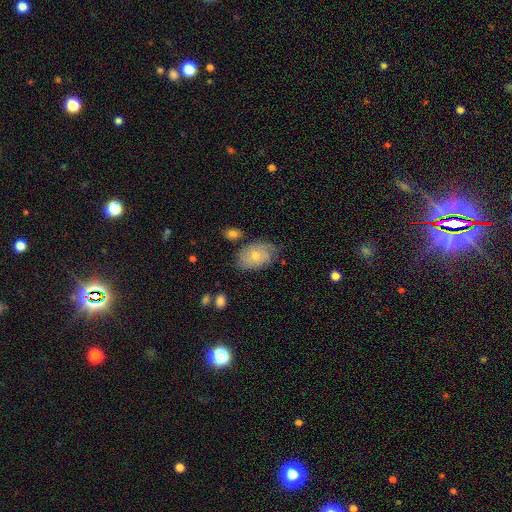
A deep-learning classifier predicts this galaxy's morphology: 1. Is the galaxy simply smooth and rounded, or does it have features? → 50% smooth, 43% featured or disk, 7% star or artifact.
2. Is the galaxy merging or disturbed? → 63% none, 26% minor disturbance, 7% major disturbance, 4% merger.